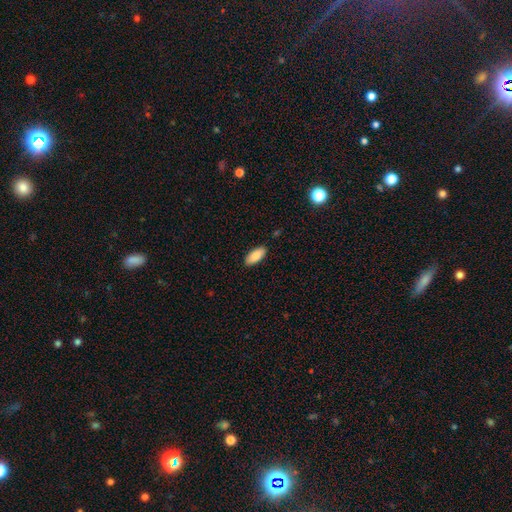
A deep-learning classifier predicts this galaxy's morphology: A smooth galaxy with no disk features (85%) that is in between round and cigar-shaped (86%). Merging: none (89%).